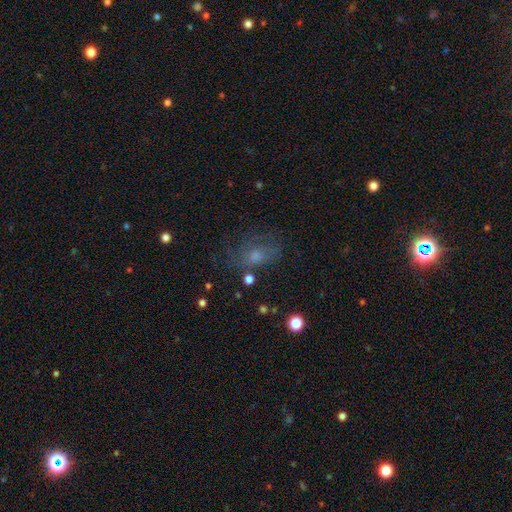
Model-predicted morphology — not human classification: The model was most divided on "smooth or featured": smooth: 44%, featured or disk: 39%, star or artifact: 17%. More confident: merging — none (54%).